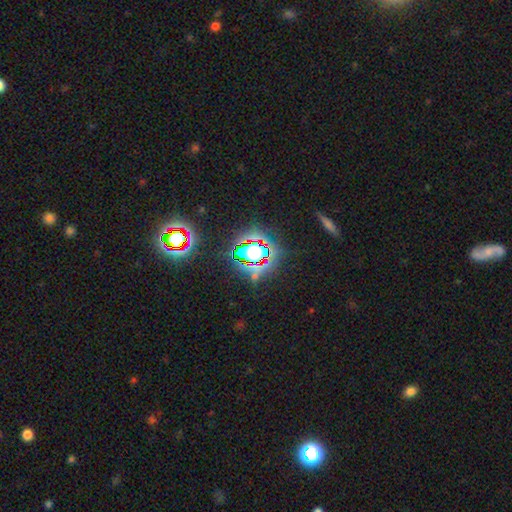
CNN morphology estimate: This appears to be a star or artifact, not a galaxy (77%).